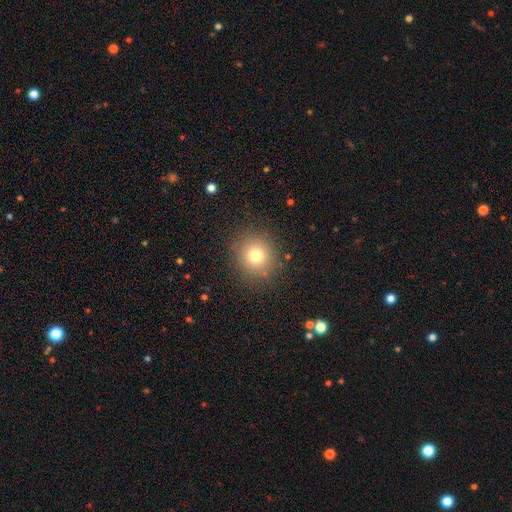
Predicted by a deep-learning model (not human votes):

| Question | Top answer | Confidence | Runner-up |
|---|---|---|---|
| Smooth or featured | smooth | 75% | star or artifact (14%) |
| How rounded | round | 90% | in between (9%) |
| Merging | none | 86% | minor disturbance (8%) |